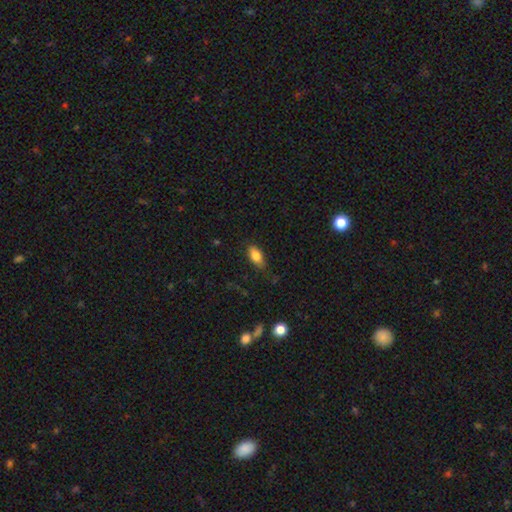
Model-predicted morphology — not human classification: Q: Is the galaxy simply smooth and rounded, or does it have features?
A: smooth — 82%.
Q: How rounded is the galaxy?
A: in between — 88%.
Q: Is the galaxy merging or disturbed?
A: none — 78%.